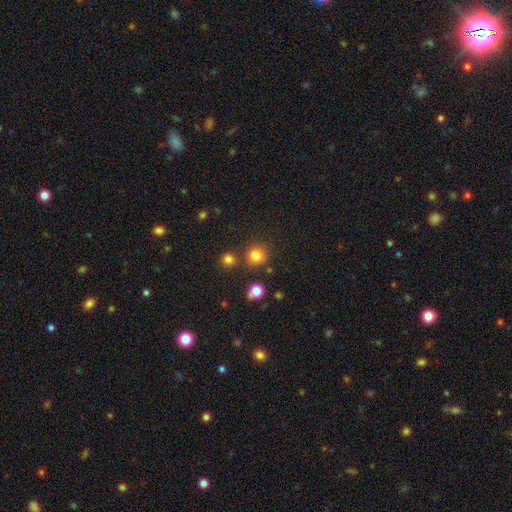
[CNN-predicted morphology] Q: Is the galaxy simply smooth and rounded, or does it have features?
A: smooth — 80%.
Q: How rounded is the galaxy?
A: round — 86%.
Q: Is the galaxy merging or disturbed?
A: none — 76%.